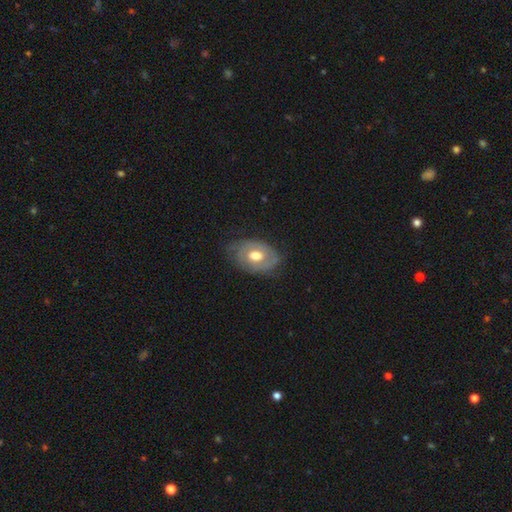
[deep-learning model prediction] featured or disk 60%, smooth 35%, star or artifact 6%. Down the decision tree: edge-on disk — no (93%); bar — no (71%); spiral arms — yes (50%, tied with no); bulge size — moderate (68%); merging — none (65%).